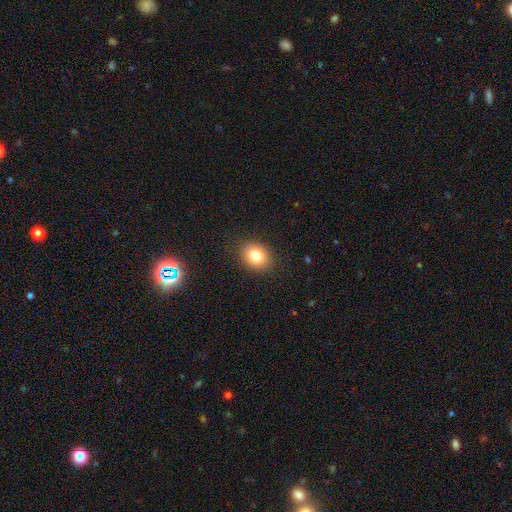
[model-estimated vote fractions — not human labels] This is likely a smooth galaxy (80%). How rounded: possibly round (52%). Merging: clearly none (88%).